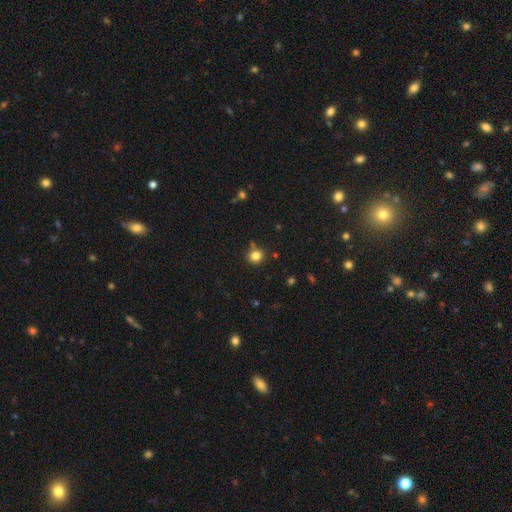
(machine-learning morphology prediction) This appears to be a smooth galaxy with no disk features (82%) that is round (86%). Merging: none (80%).